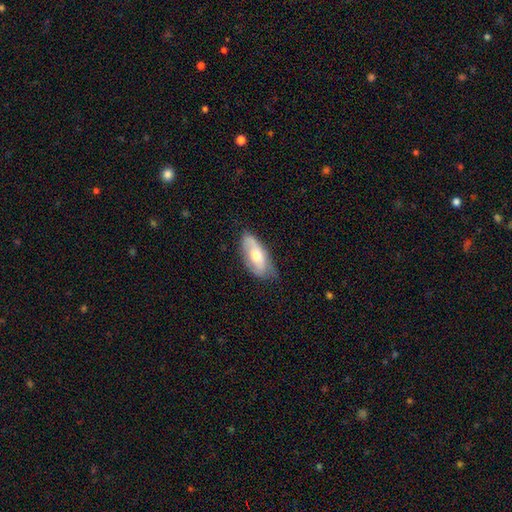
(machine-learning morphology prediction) Smooth or featured: smooth — 58% (featured or disk — 36%)
How rounded: in between — 85% (cigar-shaped — 12%)
Merging: none — 62% (minor disturbance — 30%)